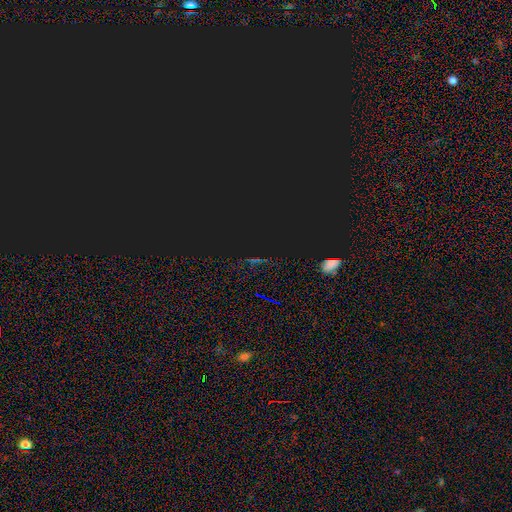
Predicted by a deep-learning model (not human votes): Overall: star or artifact (82%).